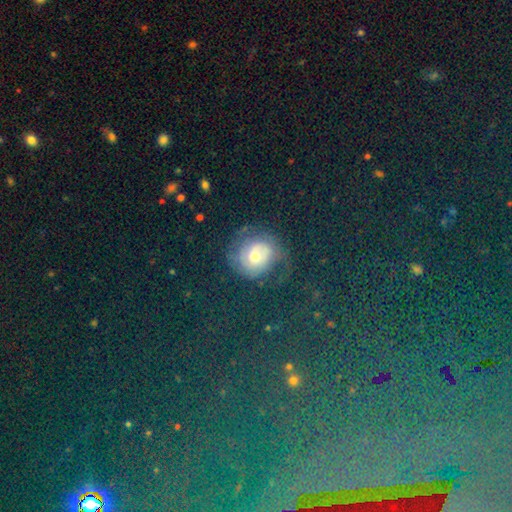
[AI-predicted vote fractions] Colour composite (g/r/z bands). It shows a featured or disk galaxy (49%). Merging: none (52%).